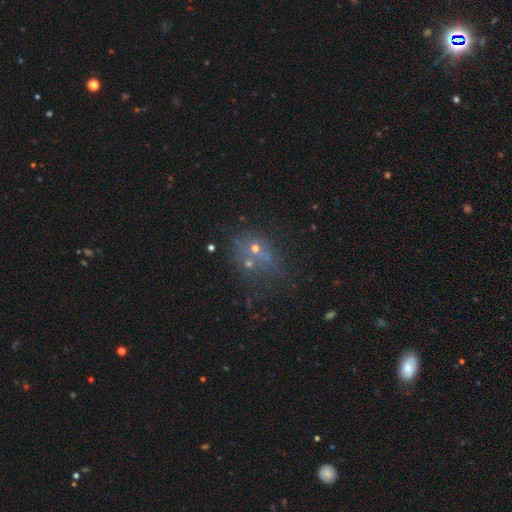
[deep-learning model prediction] Q: Smooth or featured?
A: star or artifact (39%); runner-up: smooth (37%)